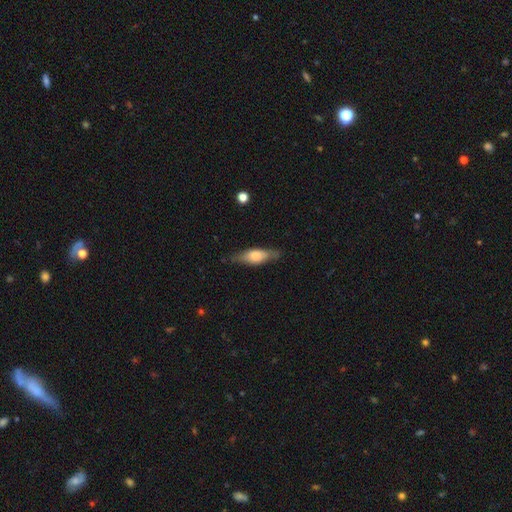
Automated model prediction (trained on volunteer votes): A smooth galaxy with no disk features (53%) that is in between round and cigar-shaped (53%). Merging: none (78%).